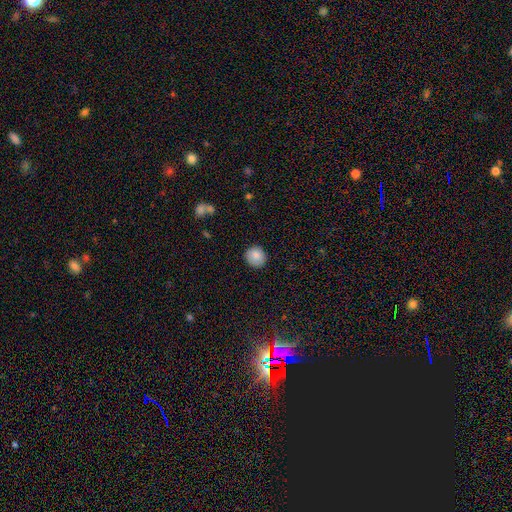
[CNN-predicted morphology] This appears to be a smooth galaxy with no disk features (85%) that is round (90%). Merging: none (87%).